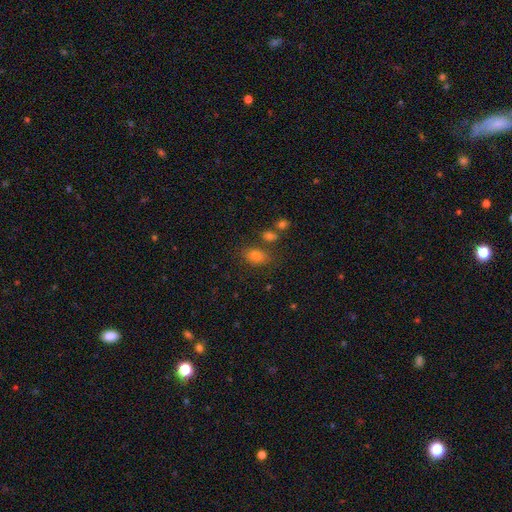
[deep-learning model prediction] Smooth or featured? Predicted: smooth (p=0.76). How rounded? Predicted: in between (p=0.81). Merging? Predicted: none (p=0.73).